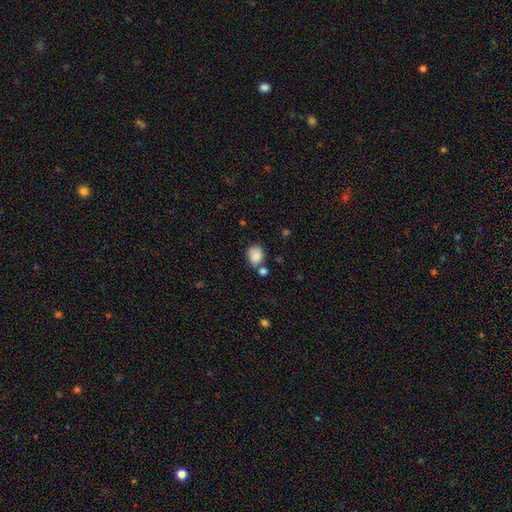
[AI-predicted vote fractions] Morphology: type=smooth (84%); roundness=round (57%); merging=none (57%).